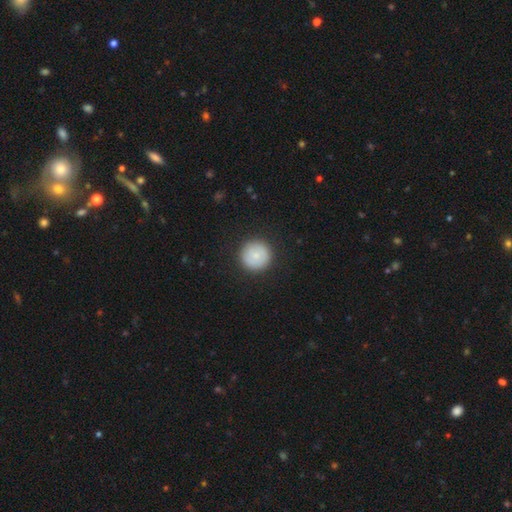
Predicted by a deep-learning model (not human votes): A smooth galaxy with no disk features (78%) that is round (96%). Merging: none (91%).